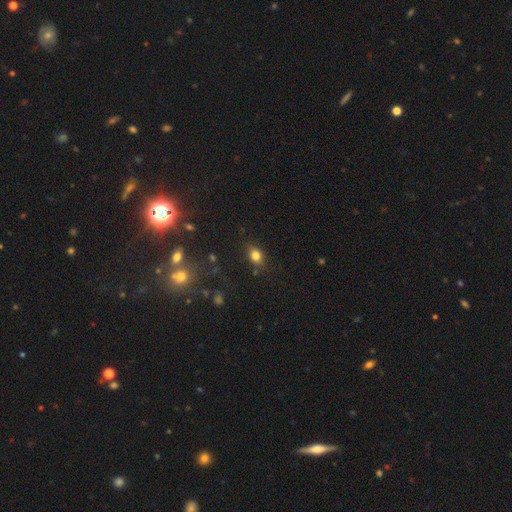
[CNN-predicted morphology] The model was most divided on "how rounded": in between: 63%, round: 35%, cigar-shaped: 2%. More confident: merging — none (79%); smooth or featured — smooth (78%).